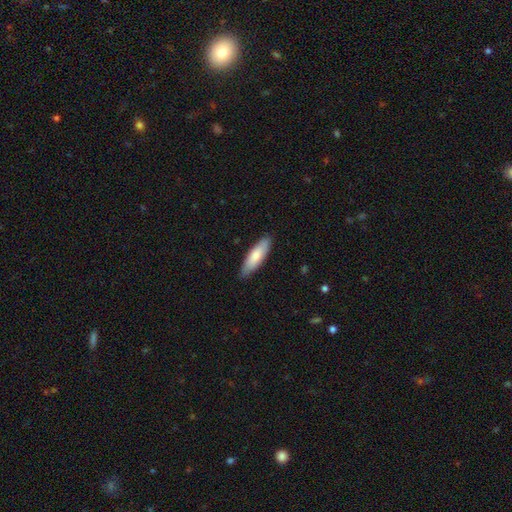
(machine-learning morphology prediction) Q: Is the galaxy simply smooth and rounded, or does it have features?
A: smooth — 77%.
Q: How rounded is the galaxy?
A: cigar-shaped — 54%.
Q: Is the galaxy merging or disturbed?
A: none — 86%.